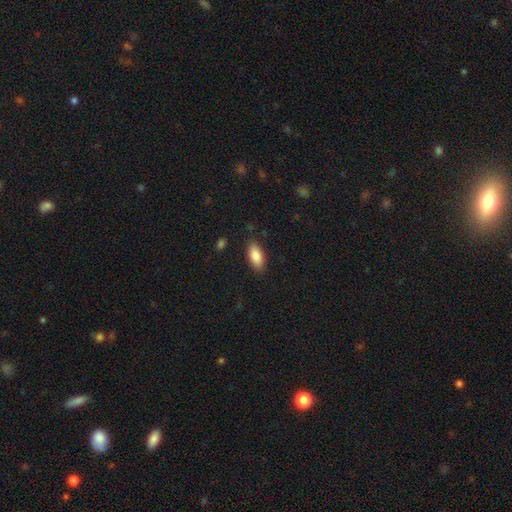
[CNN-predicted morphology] Smooth or featured?
  - smooth: 86% *
  - featured or disk: 7%
  - star or artifact: 7%
How rounded?
  - in between: 90% *
  - cigar-shaped: 8%
  - round: 2%
Merging?
  - none: 86% *
  - minor disturbance: 10%
  - major disturbance: 3%
  - merger: 1%